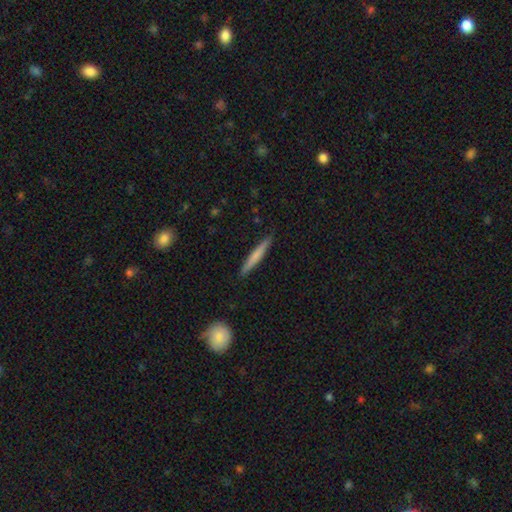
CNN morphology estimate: smooth-or-featured: smooth: 63% | featured or disk: 31% | star or artifact: 5%
  how-rounded: cigar-shaped: 95% | in between: 3% | round: 1%
  merging: none: 89% | minor disturbance: 8% | major disturbance: 1% | merger: 1%